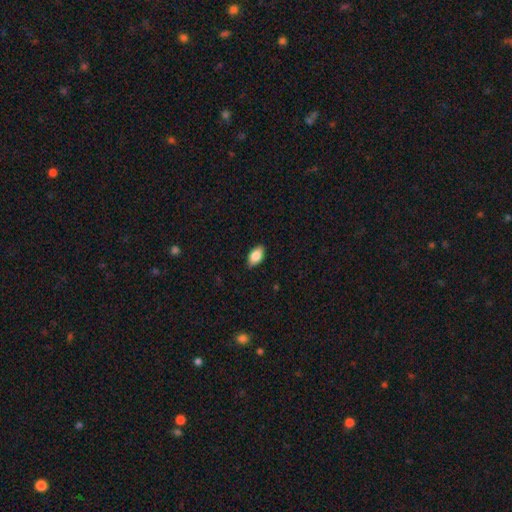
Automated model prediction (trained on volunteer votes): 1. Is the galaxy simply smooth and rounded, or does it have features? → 84% smooth, 9% featured or disk, 7% star or artifact.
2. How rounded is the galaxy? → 92% in between, 4% round, 4% cigar-shaped.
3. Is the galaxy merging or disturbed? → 86% none, 11% minor disturbance, 2% major disturbance, 1% merger.